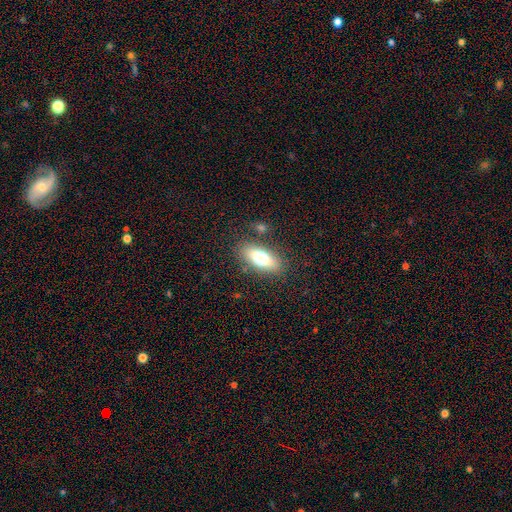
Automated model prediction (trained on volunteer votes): A smooth galaxy with no disk features (72%) that is in between round and cigar-shaped (79%). Merging: none (80%).